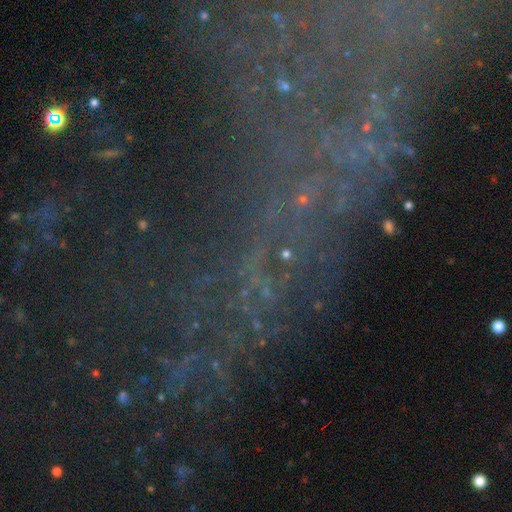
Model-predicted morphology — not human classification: smooth-or-featured: star or artifact: 64% | featured or disk: 22% | smooth: 14%